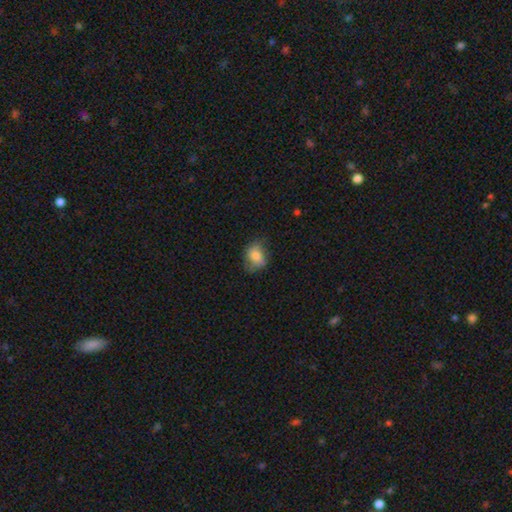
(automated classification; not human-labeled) Q: Smooth or featured?
A: smooth (78%); runner-up: featured or disk (14%)
Q: How rounded?
A: in between (61%); runner-up: round (37%)
Q: Merging?
A: none (59%); runner-up: minor disturbance (29%)